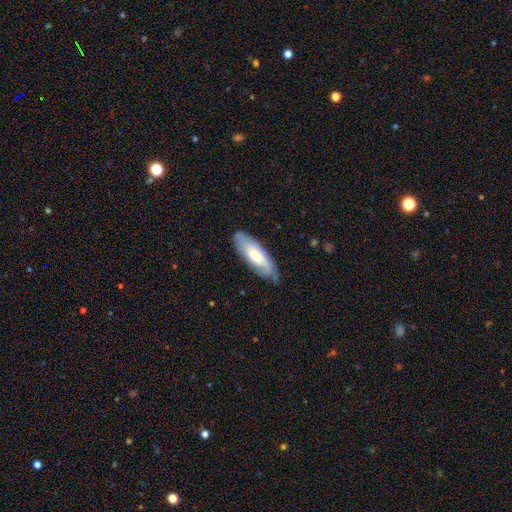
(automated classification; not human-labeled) Q: Smooth or featured?
A: smooth (58%); runner-up: featured or disk (37%)
Q: How rounded?
A: in between (61%); runner-up: cigar-shaped (38%)
Q: Merging?
A: none (74%); runner-up: minor disturbance (20%)